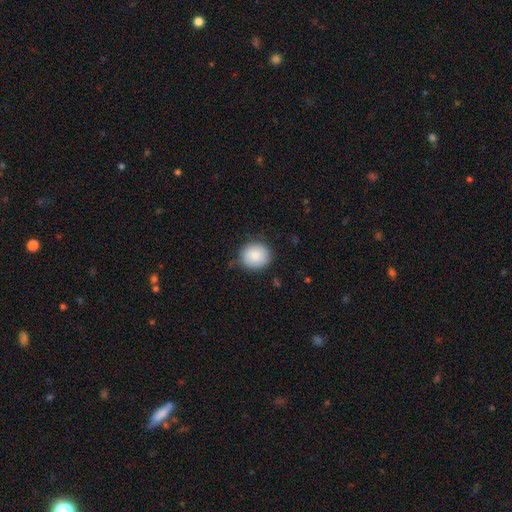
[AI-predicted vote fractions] This is clearly a smooth galaxy (87%). How rounded: clearly round (84%). Merging: clearly none (83%).